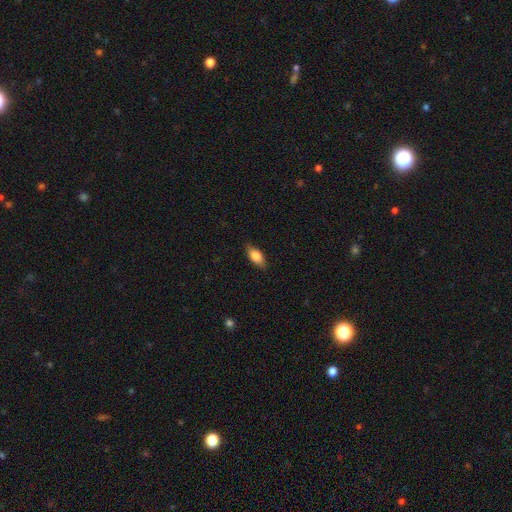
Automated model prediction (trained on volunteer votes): smooth-or-featured: smooth: 76% | featured or disk: 17% | star or artifact: 7%
  how-rounded: in between: 84% | cigar-shaped: 11% | round: 4%
  merging: none: 84% | minor disturbance: 12% | major disturbance: 2% | merger: 1%